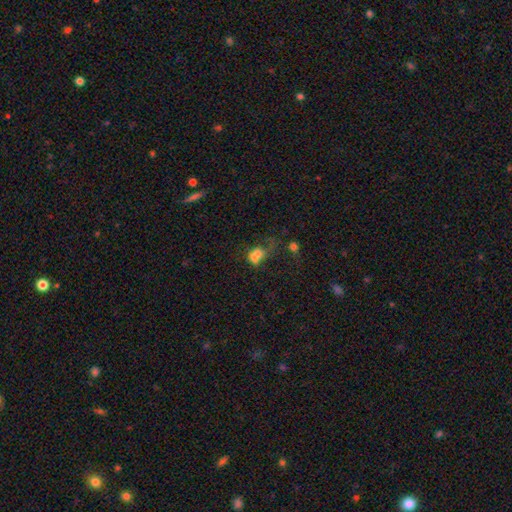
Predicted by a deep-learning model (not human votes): Morphology: type=smooth (67%); roundness=in between (52%); merging=merger (56%).